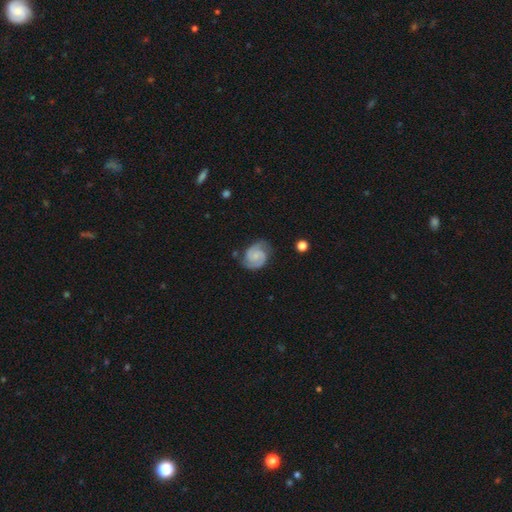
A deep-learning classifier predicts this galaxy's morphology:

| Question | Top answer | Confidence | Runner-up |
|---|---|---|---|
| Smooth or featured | featured or disk | 83% | smooth (11%) |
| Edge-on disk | no | 98% | yes (2%) |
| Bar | no | 59% | weak (35%) |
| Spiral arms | yes | 97% | no (3%) |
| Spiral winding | tight | 49% | medium (43%) |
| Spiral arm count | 2 | 90% | can't tell (4%) |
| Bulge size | small | 54% | none (22%) |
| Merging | none | 75% | minor disturbance (18%) |